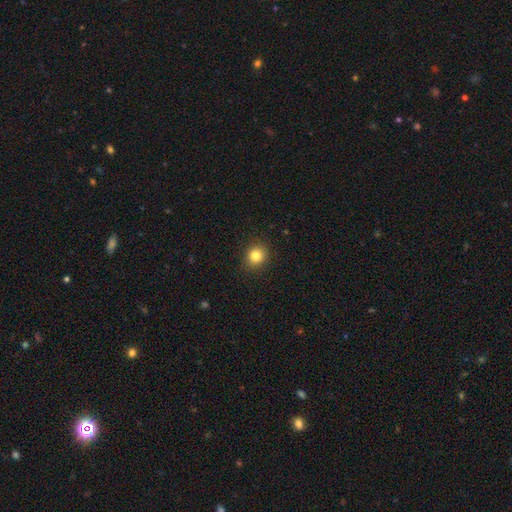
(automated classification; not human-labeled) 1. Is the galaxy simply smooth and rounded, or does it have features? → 83% smooth, 12% star or artifact, 6% featured or disk.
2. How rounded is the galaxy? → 81% round, 18% in between, 1% cigar-shaped.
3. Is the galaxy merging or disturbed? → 90% none, 7% minor disturbance, 2% major disturbance, 1% merger.